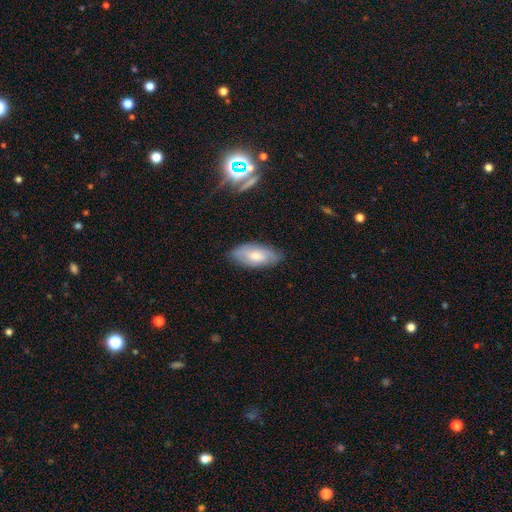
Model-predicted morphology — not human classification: This appears to be a smooth galaxy with no disk features (57%) that is in between round and cigar-shaped (89%). Merging: none (77%).